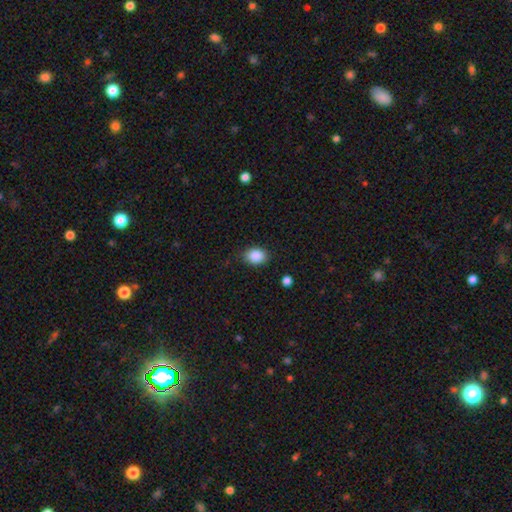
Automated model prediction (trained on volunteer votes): Smooth or featured? smooth (88%)
How rounded? in between (67%)
Merging? none (81%)